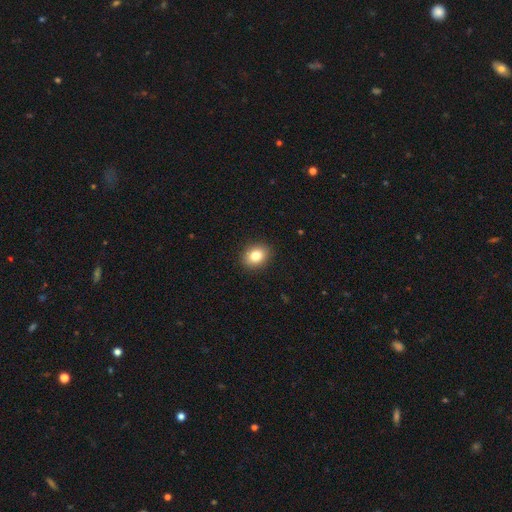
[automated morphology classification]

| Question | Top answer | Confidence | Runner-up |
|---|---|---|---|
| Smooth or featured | smooth | 82% | star or artifact (10%) |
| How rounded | round | 52% | in between (47%) |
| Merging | none | 90% | minor disturbance (7%) |